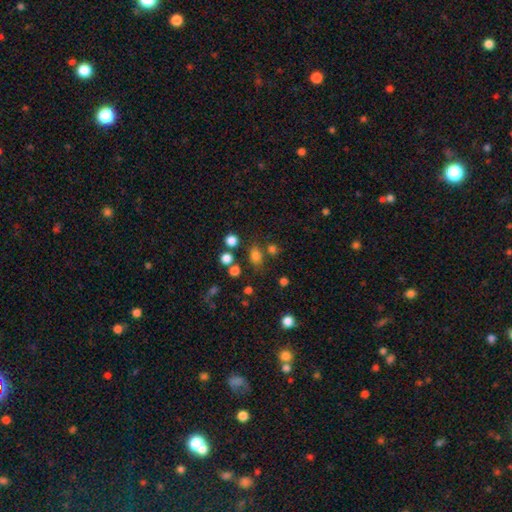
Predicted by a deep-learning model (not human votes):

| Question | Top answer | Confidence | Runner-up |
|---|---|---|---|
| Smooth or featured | smooth | 77% | star or artifact (17%) |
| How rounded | in between | 65% | round (33%) |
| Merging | none | 67% | minor disturbance (15%) |